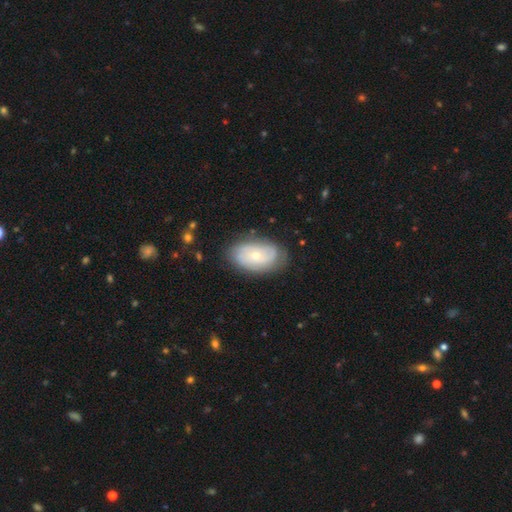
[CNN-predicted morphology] type=featured or disk (62%); edge-on=no (94%); bar=no (79%); spiral arms=yes (75%); bulge=small (56%); merging=none (75%).